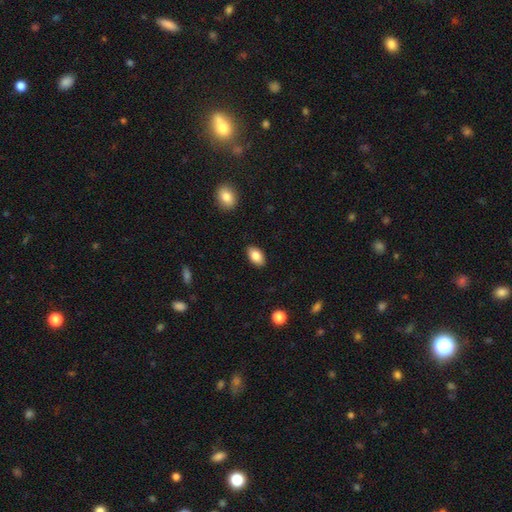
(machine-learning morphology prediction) smooth_or_featured: smooth (p=0.86) [alt: featured or disk p=0.07]
how_rounded: in between (p=0.93) [alt: round p=0.05]
merging: none (p=0.88) [alt: minor disturbance p=0.08]